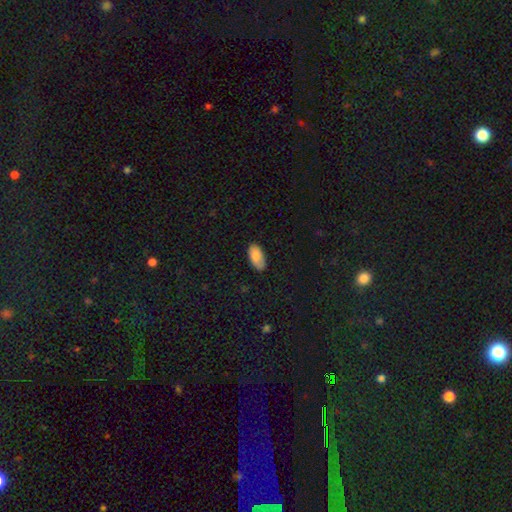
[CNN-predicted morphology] type=smooth (84%); roundness=in between (94%); merging=none (76%).